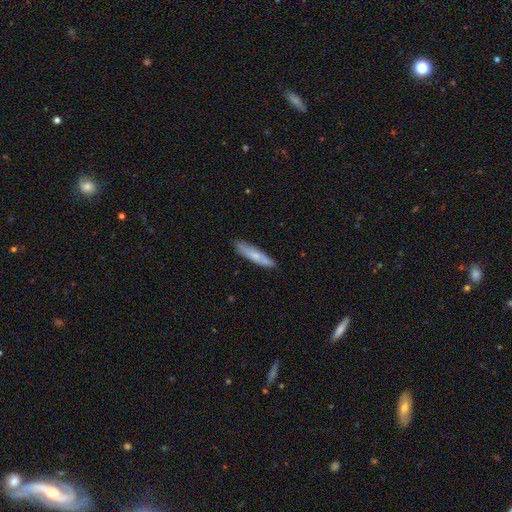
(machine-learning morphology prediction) Overall: smooth (67%; featured or disk 27%). How rounded: cigar-shaped (84%). Merging: none (85%).